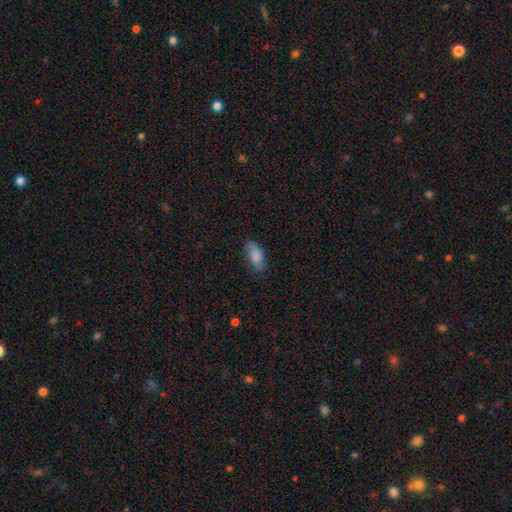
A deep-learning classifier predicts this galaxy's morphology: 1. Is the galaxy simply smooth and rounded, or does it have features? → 85% smooth, 8% featured or disk, 7% star or artifact.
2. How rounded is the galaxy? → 90% in between, 8% cigar-shaped, 2% round.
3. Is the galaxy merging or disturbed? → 74% none, 21% minor disturbance, 4% major disturbance, 1% merger.